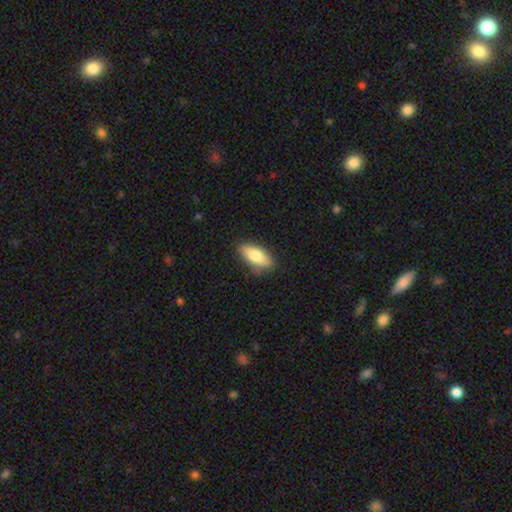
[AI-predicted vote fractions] Overall: smooth (79%). How rounded: in between (77%). Merging: none (81%).